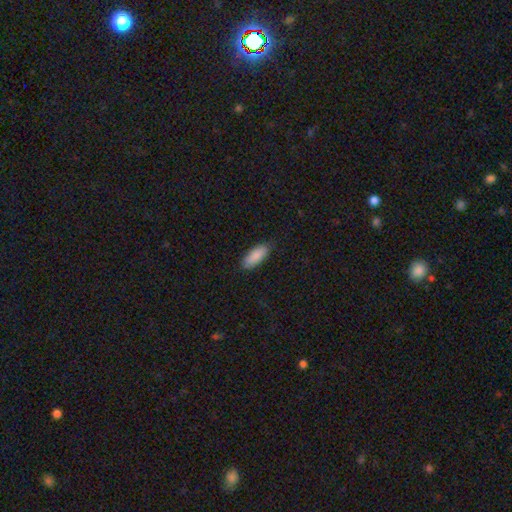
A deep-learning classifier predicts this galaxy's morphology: The model was most divided on "how rounded": in between: 78%, cigar-shaped: 21%, round: 2%. More confident: smooth or featured — smooth (88%); merging — none (83%).